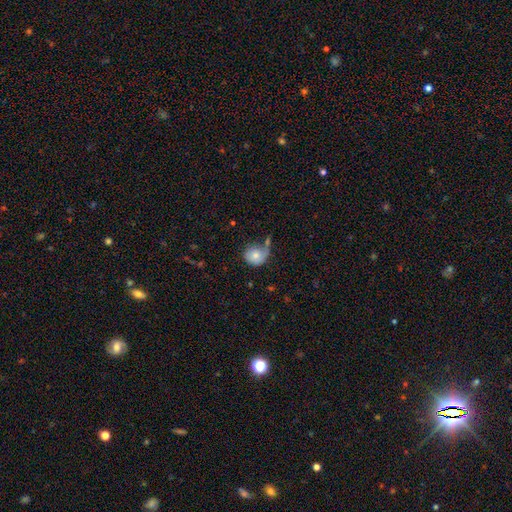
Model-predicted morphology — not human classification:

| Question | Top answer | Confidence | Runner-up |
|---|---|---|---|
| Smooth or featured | smooth | 71% | featured or disk (21%) |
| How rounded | round | 79% | in between (20%) |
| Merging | none | 39% | minor disturbance (24%) |